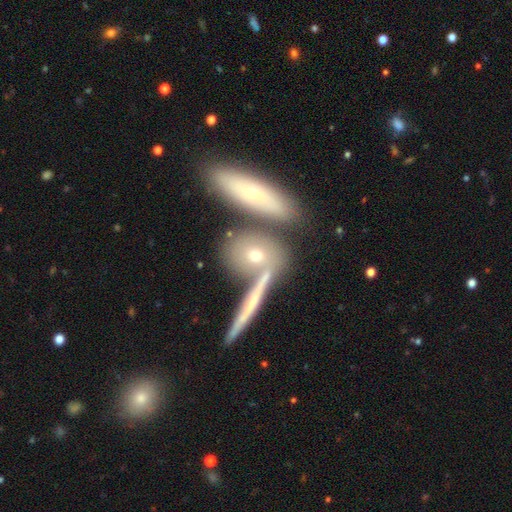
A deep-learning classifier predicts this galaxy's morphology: Q: Smooth or featured?
A: smooth (46%); runner-up: featured or disk (43%)
Q: Merging?
A: none (62%); runner-up: merger (24%)